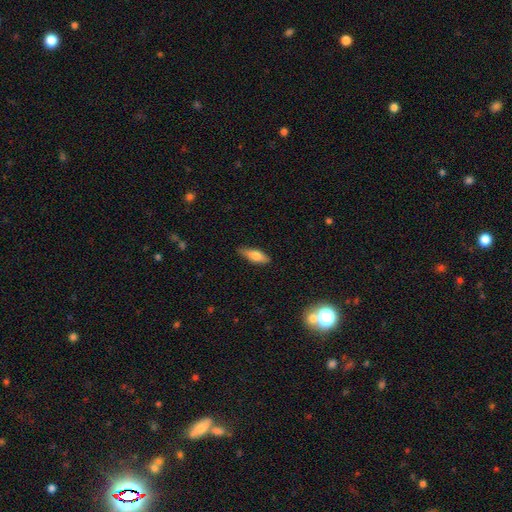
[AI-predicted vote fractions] Smooth or featured: smooth — 65% (featured or disk — 28%)
How rounded: in between — 55% (cigar-shaped — 43%)
Merging: none — 82% (minor disturbance — 15%)